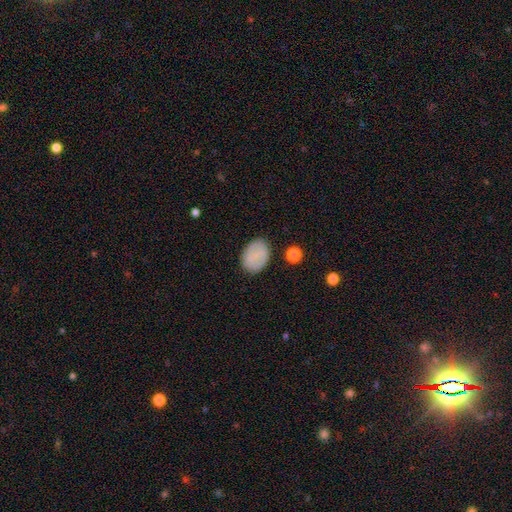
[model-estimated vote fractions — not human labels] Overall: smooth (73%). How rounded: in between (74%). Merging: none (85%).